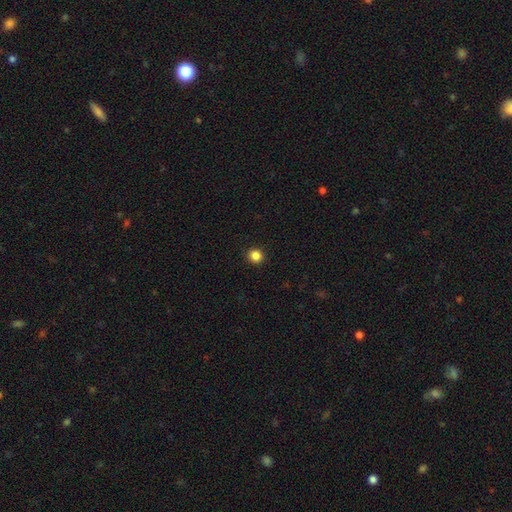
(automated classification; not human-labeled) smooth_or_featured: smooth (p=0.86) [alt: star or artifact p=0.11]
how_rounded: round (p=0.91) [alt: in between p=0.08]
merging: none (p=0.93) [alt: minor disturbance p=0.05]